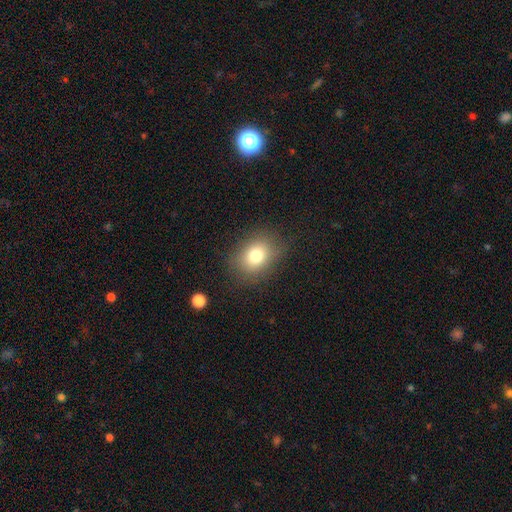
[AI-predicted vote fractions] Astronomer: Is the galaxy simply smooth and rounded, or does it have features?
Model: smooth — 78%.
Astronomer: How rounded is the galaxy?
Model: in between — 58% (runner-up: round, 41%).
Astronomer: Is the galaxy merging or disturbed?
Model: none — 81%.